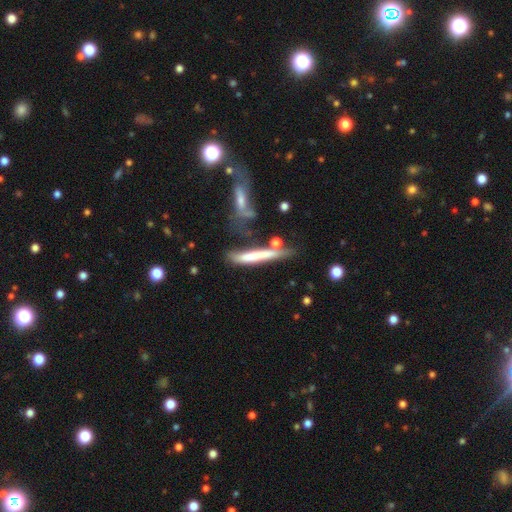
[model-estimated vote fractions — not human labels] A smooth galaxy with no disk features (59%) that is cigar-shaped (91%).

Vote fractions:
- Smooth or featured? smooth: 59% / featured or disk: 34% / star or artifact: 8%
- How rounded? cigar-shaped: 91% / in between: 7% / round: 2%
- Merging? none: 44% / merger: 23% / minor disturbance: 21% / major disturbance: 12%